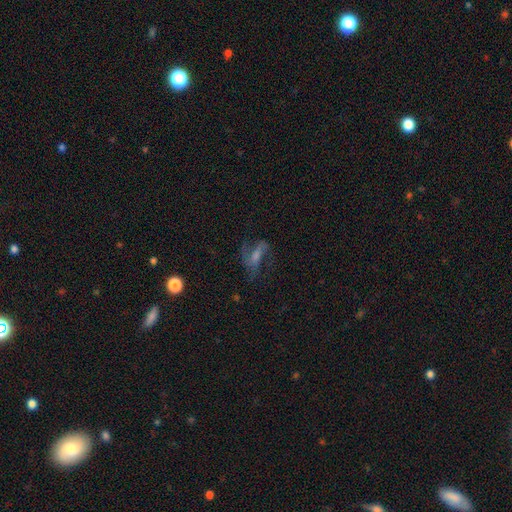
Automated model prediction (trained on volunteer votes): This appears to be a featured or disk galaxy (62%) with no bar (40%), spiral arms (79%) and a moderate central bulge (34%). Merging: none (45%).